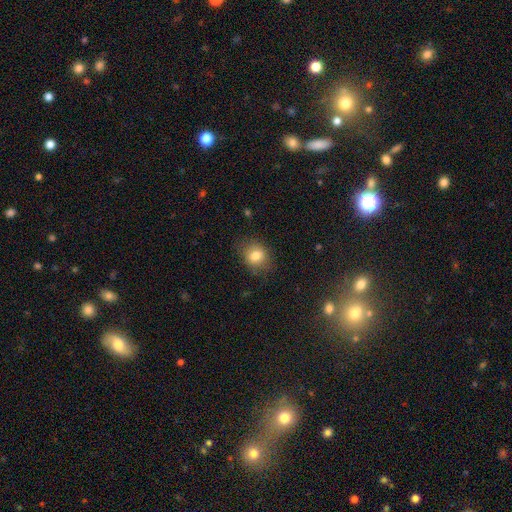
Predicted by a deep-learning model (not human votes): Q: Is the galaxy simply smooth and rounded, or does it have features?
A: smooth — 80%.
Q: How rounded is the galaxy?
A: round — 59%.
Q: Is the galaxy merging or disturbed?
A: none — 79%.